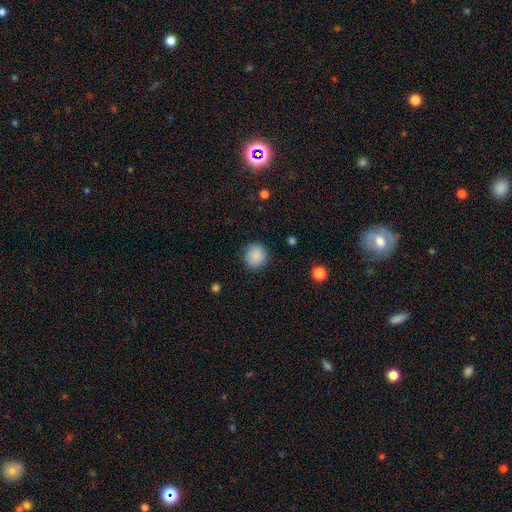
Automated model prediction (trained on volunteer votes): A smooth galaxy with no disk features (87%) that is round (87%). Merging: none (87%).